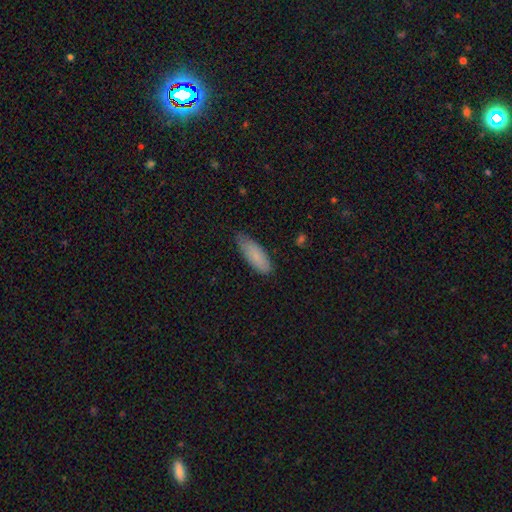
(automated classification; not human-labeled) smooth-or-featured: smooth: 83% | featured or disk: 10% | star or artifact: 6%
  how-rounded: in between: 65% | cigar-shaped: 33% | round: 2%
  merging: none: 68% | minor disturbance: 26% | major disturbance: 4% | merger: 1%